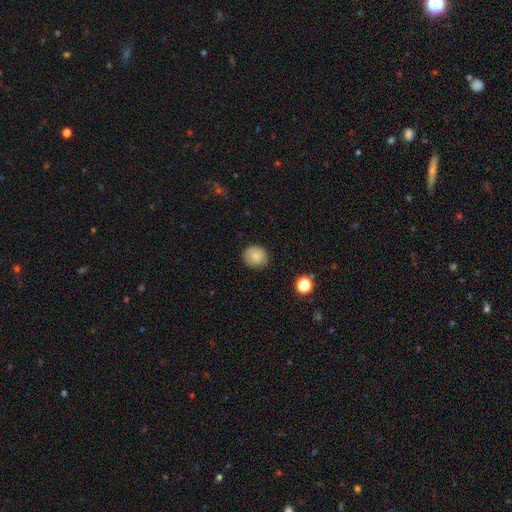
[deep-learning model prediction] This appears to be a smooth galaxy with no disk features (84%) that is round (82%). Merging: none (85%).